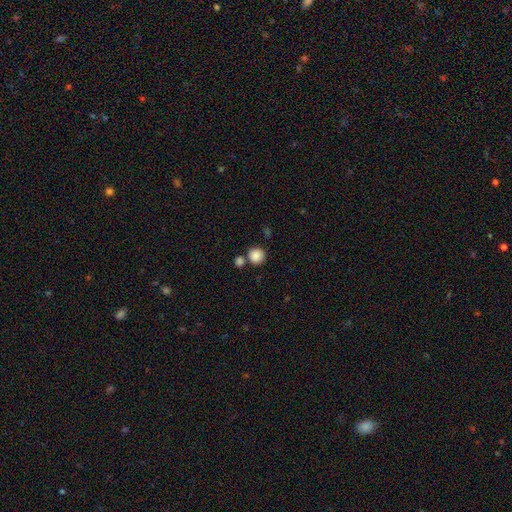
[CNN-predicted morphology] A smooth galaxy with no disk features (87%) that is round (92%).

Vote fractions:
- Smooth or featured? smooth: 87% / star or artifact: 9% / featured or disk: 4%
- How rounded? round: 92% / in between: 7% / cigar-shaped: 1%
- Merging? none: 69% / merger: 19% / minor disturbance: 9% / major disturbance: 3%